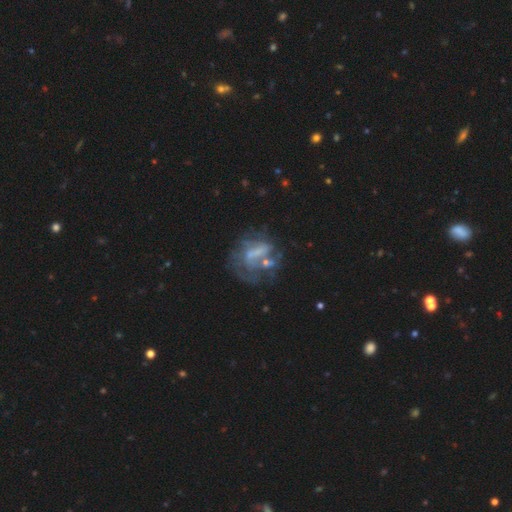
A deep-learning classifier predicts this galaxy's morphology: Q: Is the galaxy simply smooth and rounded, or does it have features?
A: featured or disk — 61%.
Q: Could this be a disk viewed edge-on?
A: no — 93%.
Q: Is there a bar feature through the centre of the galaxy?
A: no — 43%.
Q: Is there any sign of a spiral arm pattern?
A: no — 59%.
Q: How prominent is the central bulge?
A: none — 46%.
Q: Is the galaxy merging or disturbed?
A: none — 40%.